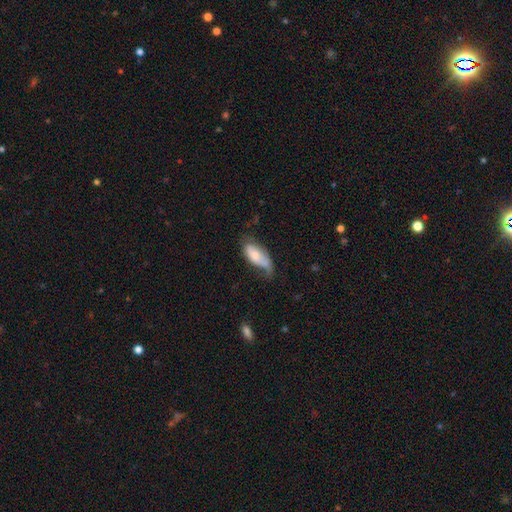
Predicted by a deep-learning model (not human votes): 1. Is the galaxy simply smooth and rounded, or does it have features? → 67% smooth, 27% featured or disk, 6% star or artifact.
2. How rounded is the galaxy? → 85% in between, 12% cigar-shaped, 2% round.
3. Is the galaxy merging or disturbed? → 40% minor disturbance, 35% none, 21% major disturbance, 4% merger.